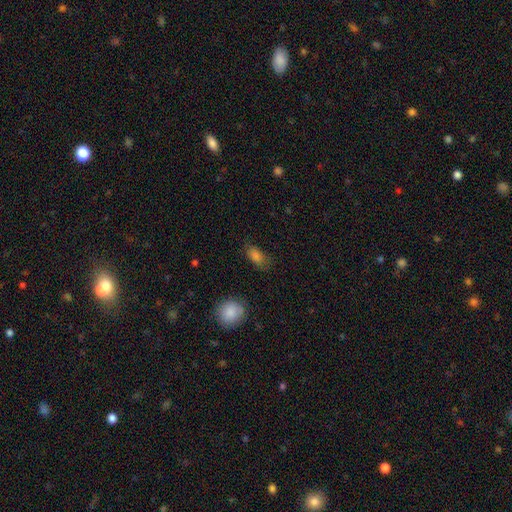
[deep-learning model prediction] This is clearly a smooth galaxy (81%). How rounded: clearly in between (85%). Merging: likely none (75%).